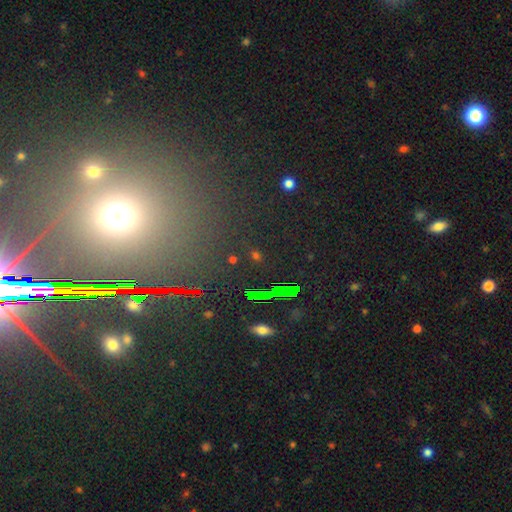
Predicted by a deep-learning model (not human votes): Smooth or featured: star or artifact — 62% (smooth — 27%)